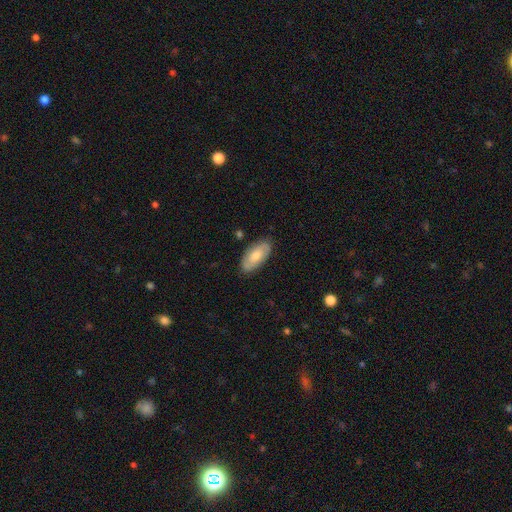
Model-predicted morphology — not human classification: The model was most divided on "smooth or featured": smooth: 62%, featured or disk: 32%, star or artifact: 6%. More confident: how rounded — in between (90%); merging — none (83%).